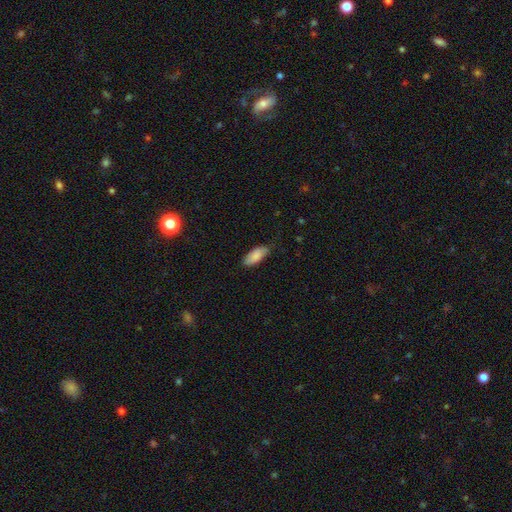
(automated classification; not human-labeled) A smooth galaxy with no disk features (84%) that is in between round and cigar-shaped (85%). Merging: none (78%).